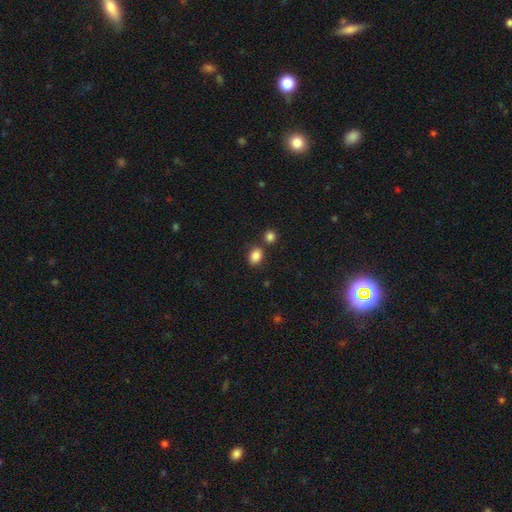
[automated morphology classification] type=smooth (86%); roundness=in between (66%); merging=none (73%).